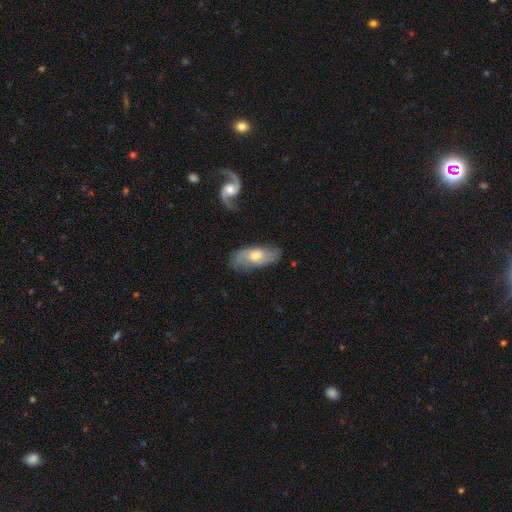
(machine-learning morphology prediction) Q: Smooth or featured?
A: featured or disk (63%); runner-up: smooth (31%)
Q: Edge-on disk?
A: no (87%); runner-up: yes (13%)
Q: Bar?
A: no (65%); runner-up: weak (30%)
Q: Spiral arms?
A: yes (87%); runner-up: no (13%)
Q: Bulge size?
A: moderate (66%); runner-up: small (25%)
Q: Merging?
A: none (73%); runner-up: minor disturbance (18%)